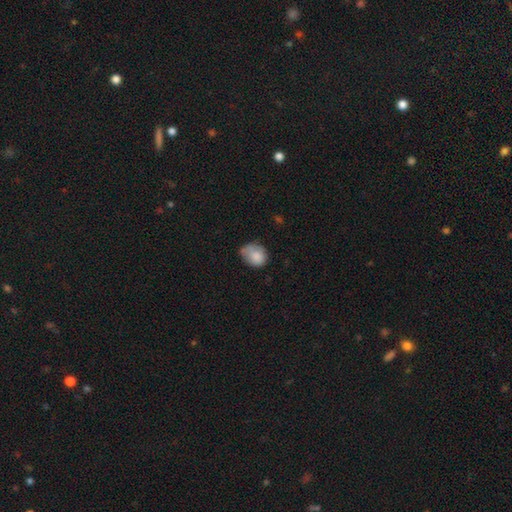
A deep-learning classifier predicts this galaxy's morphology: Smooth or featured: smooth — 81% (featured or disk — 11%)
How rounded: in between — 54% (round — 45%)
Merging: minor disturbance — 42% (none — 40%)